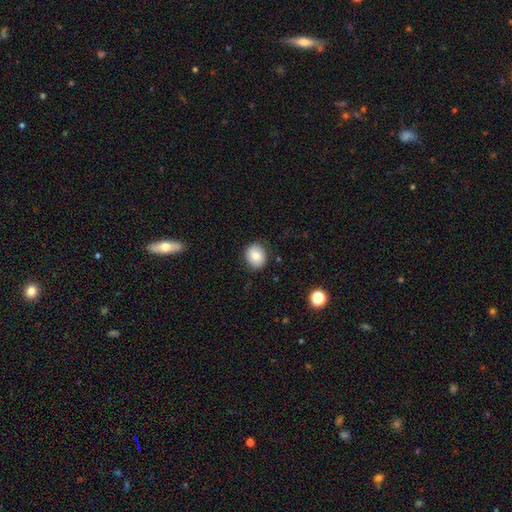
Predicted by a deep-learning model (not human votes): Smooth or featured: smooth — 79% (featured or disk — 12%)
How rounded: round — 65% (in between — 34%)
Merging: none — 85% (minor disturbance — 11%)